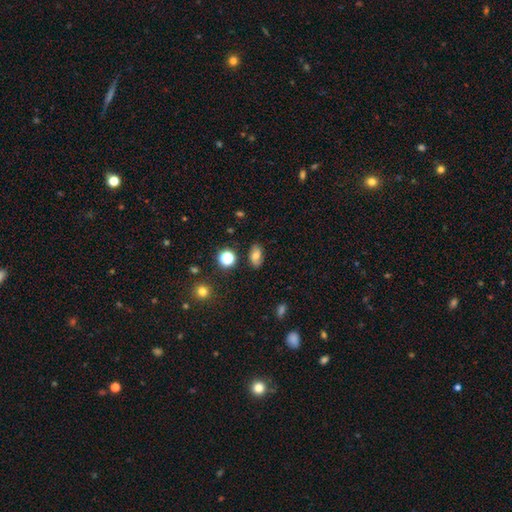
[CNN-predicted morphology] This is likely a smooth galaxy (67%). How rounded: clearly in between (85%). Merging: clearly none (82%).